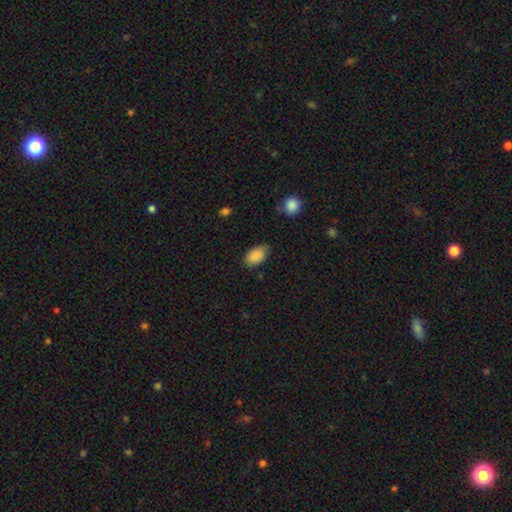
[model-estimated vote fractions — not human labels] Morphology: type=smooth (87%); roundness=in between (93%); merging=none (75%).